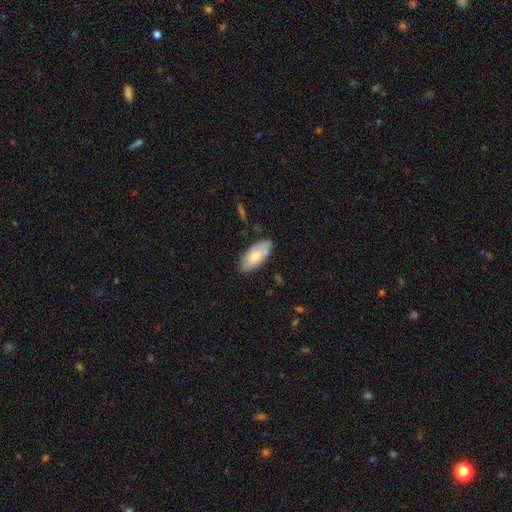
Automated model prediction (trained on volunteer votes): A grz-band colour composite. It shows a smooth galaxy with no disk features (72%) that is in between round and cigar-shaped (91%). Merging: none (74%).